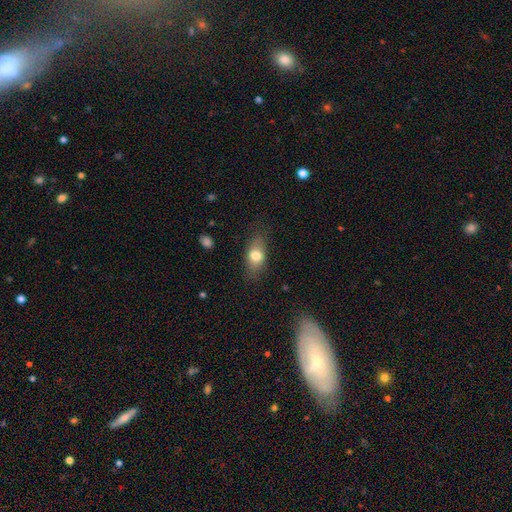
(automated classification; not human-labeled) Overall: smooth (75%). How rounded: in between (80%). Merging: none (78%).